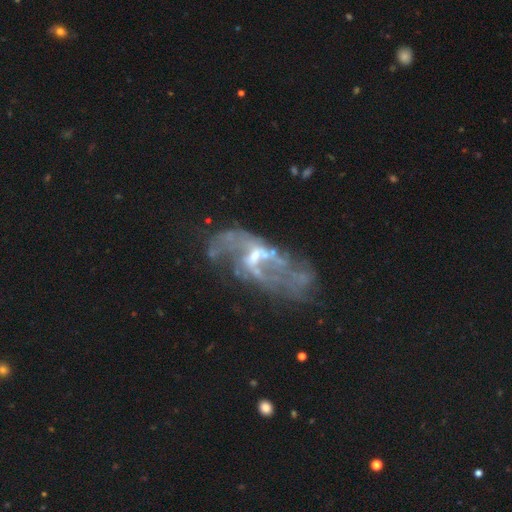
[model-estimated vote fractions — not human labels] featured or disk 82%, smooth 9%, star or artifact 8%. Down the decision tree: edge-on disk — no (96%); bar — weak (50%); spiral arms — yes (72%); spiral arm count — 2 (54%); spiral winding — loose (59%); bulge size — small (43%); merging — none (39%).